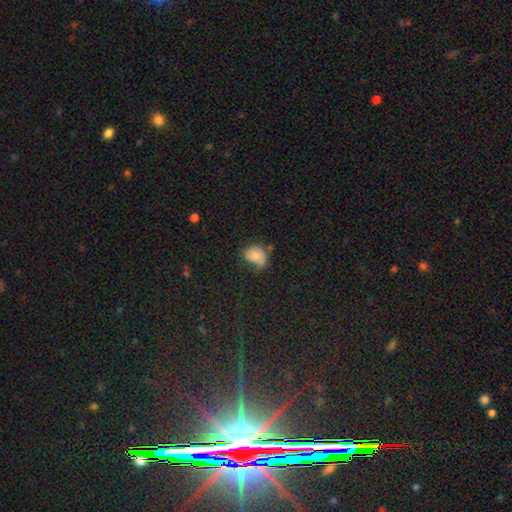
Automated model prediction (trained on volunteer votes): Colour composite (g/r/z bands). It shows a smooth galaxy with no disk features (75%) that is in between round and cigar-shaped (57%). Merging: none (45%).